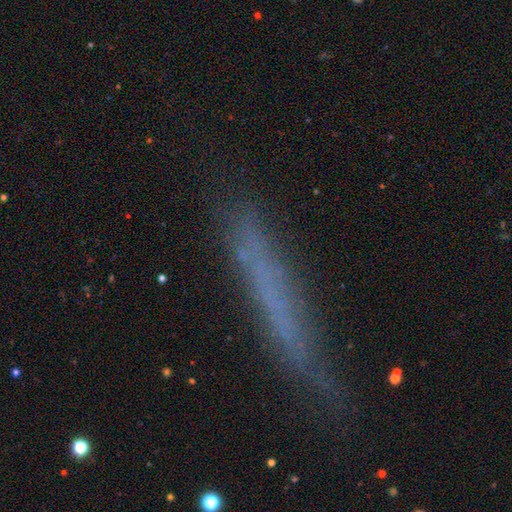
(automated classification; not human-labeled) Smooth or featured?
  - smooth: 44% *
  - featured or disk: 41%
  - star or artifact: 15%
Merging?
  - none: 73% *
  - minor disturbance: 18%
  - major disturbance: 6%
  - merger: 3%